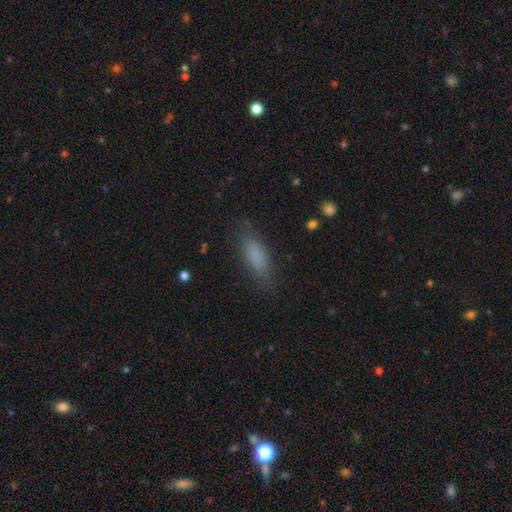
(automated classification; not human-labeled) smooth-or-featured: smooth: 81% | featured or disk: 10% | star or artifact: 9%
  how-rounded: in between: 57% | cigar-shaped: 41% | round: 2%
  merging: none: 79% | minor disturbance: 14% | major disturbance: 5% | merger: 1%